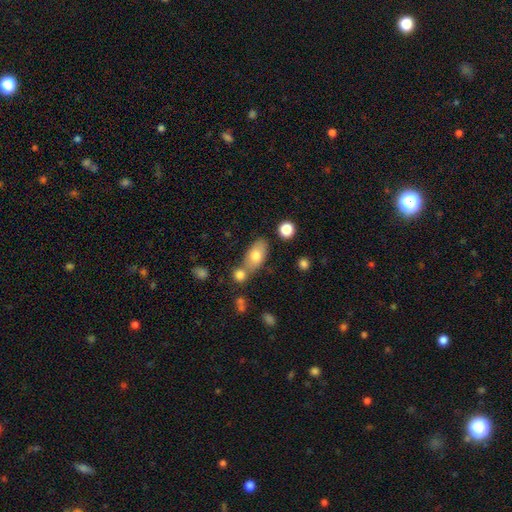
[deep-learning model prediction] Smooth or featured?
  - smooth: 74% *
  - featured or disk: 18%
  - star or artifact: 8%
How rounded?
  - in between: 88% *
  - round: 7%
  - cigar-shaped: 5%
Merging?
  - none: 53% *
  - merger: 29%
  - minor disturbance: 14%
  - major disturbance: 4%